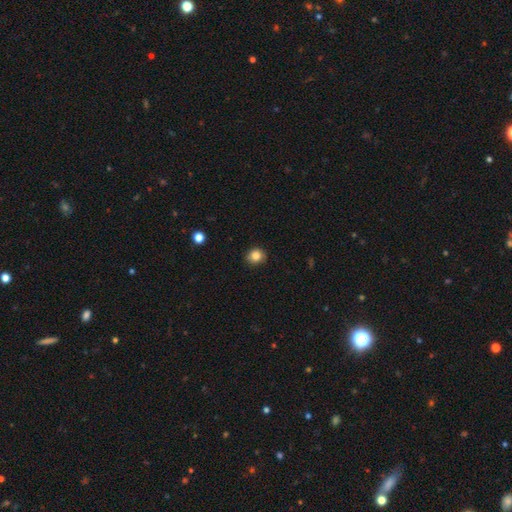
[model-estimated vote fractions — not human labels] Overall: smooth (85%). How rounded: round (74%). Merging: none (87%).